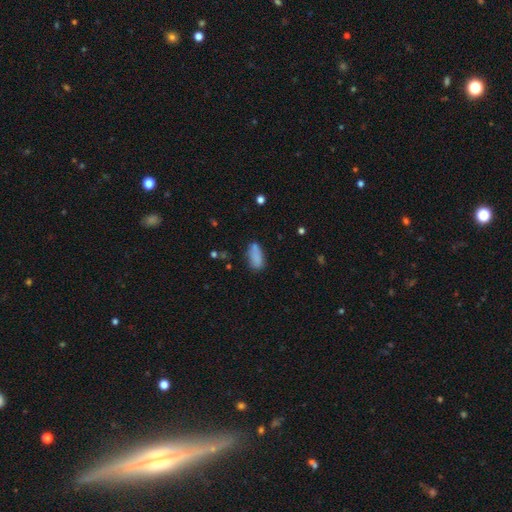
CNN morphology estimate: smooth 83%, star or artifact 9%, featured or disk 7%. Down the decision tree: how rounded — in between (81%); merging — none (62%).